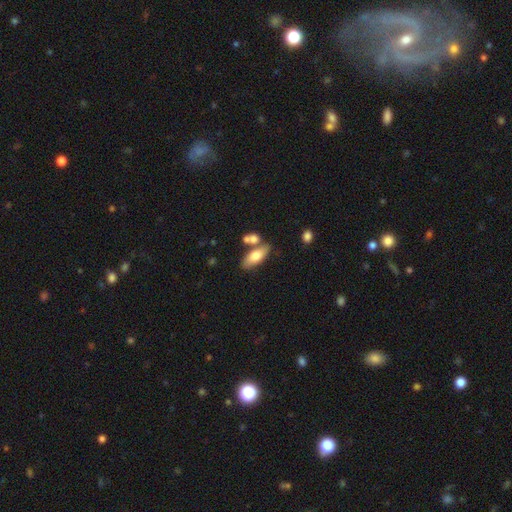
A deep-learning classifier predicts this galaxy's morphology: Smooth or featured?
  - smooth: 71% *
  - featured or disk: 22%
  - star or artifact: 6%
How rounded?
  - in between: 78% *
  - cigar-shaped: 19%
  - round: 3%
Merging?
  - none: 58% *
  - merger: 24%
  - minor disturbance: 13%
  - major disturbance: 4%